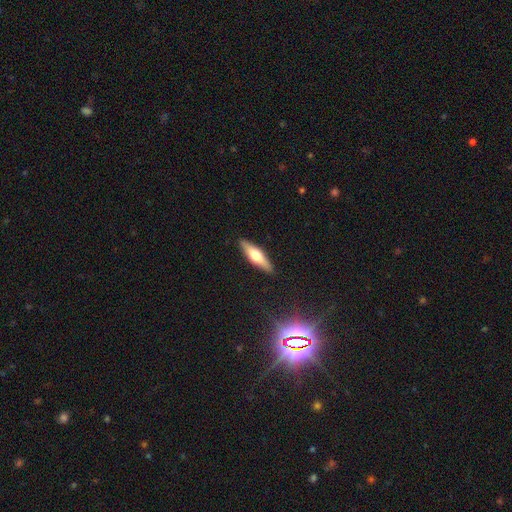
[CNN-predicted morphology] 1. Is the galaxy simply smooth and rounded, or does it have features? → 48% smooth, 45% featured or disk, 6% star or artifact.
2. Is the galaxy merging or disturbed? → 89% none, 8% minor disturbance, 2% major disturbance, 1% merger.